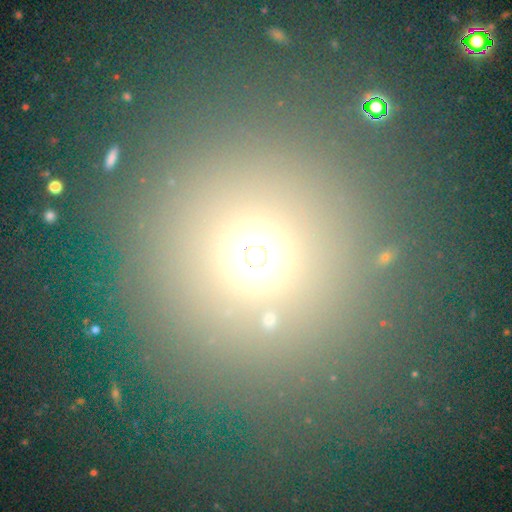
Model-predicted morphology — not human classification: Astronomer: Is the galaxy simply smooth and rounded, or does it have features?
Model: smooth — 60%.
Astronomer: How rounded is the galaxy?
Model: round — 82%.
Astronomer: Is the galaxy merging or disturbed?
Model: none — 77%.